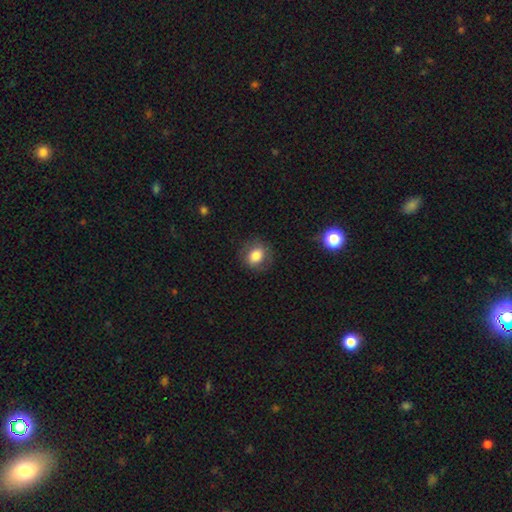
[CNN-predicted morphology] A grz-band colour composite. It shows a smooth galaxy with no disk features (79%) that is round (67%). Merging: none (82%).